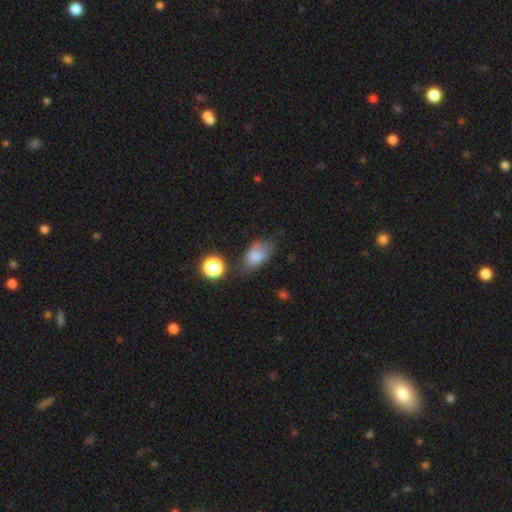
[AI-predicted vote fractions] Smooth or featured: smooth — 76% (featured or disk — 13%)
How rounded: in between — 87% (round — 10%)
Merging: none — 49% (minor disturbance — 31%)